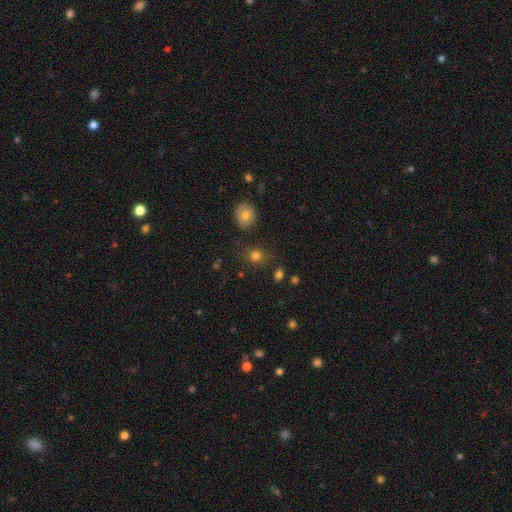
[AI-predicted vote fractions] Smooth or featured?
  - smooth: 80% *
  - star or artifact: 14%
  - featured or disk: 6%
How rounded?
  - round: 73% *
  - in between: 26%
  - cigar-shaped: 1%
Merging?
  - none: 80% *
  - minor disturbance: 11%
  - merger: 4%
  - major disturbance: 4%